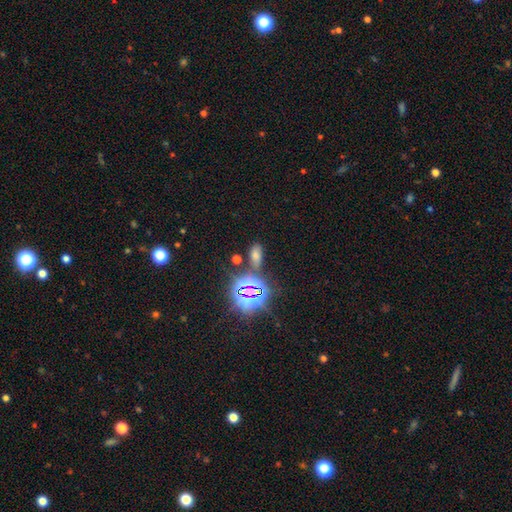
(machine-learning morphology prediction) A smooth galaxy with no disk features (53%) that is in between round and cigar-shaped (86%). Merging: none (69%).